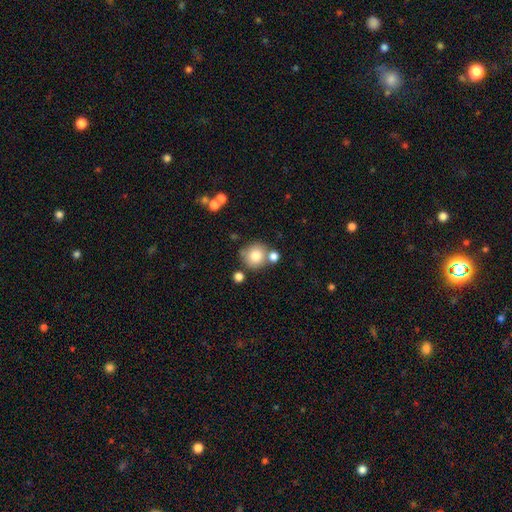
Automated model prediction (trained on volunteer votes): Smooth or featured? smooth (78%)
How rounded? round (89%)
Merging? none (63%)